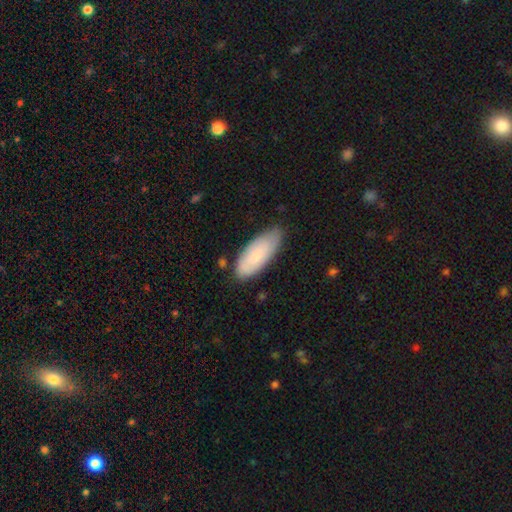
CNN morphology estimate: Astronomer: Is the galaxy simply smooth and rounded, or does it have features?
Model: smooth — 78%.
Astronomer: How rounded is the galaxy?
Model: in between — 78%.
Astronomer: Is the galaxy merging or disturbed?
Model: none — 70%.